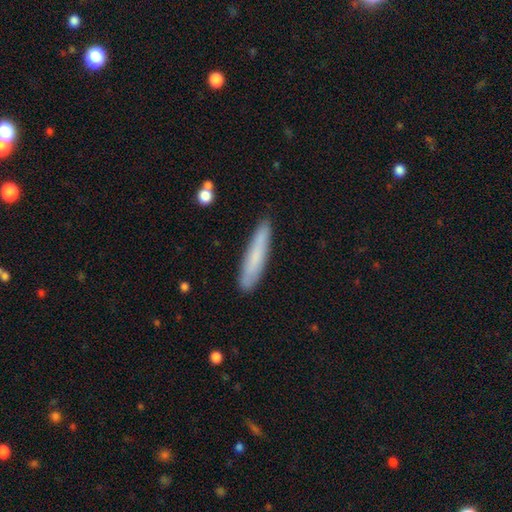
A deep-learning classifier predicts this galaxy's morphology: Smooth or featured? smooth (71%)
How rounded? cigar-shaped (90%)
Merging? none (87%)